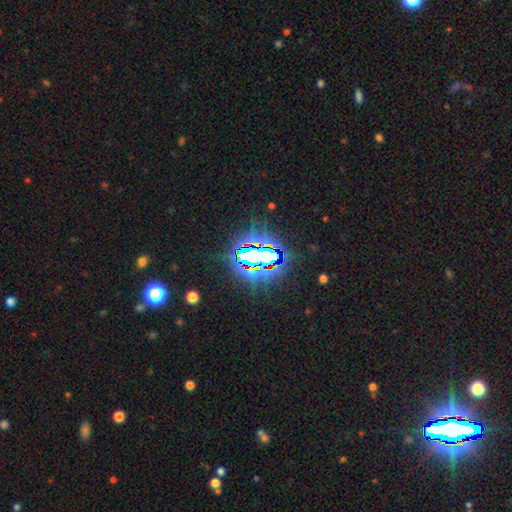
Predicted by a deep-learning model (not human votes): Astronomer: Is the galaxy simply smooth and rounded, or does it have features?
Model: star or artifact — 83%.